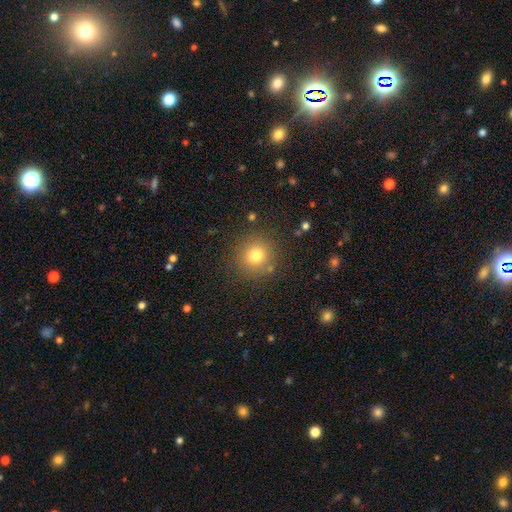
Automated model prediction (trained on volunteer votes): Morphology: type=smooth (76%); roundness=round (93%); merging=none (86%).